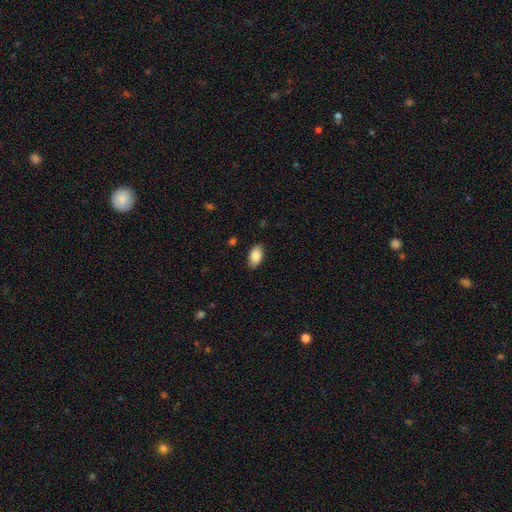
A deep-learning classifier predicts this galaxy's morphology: type=smooth (87%); roundness=in between (93%); merging=none (86%).